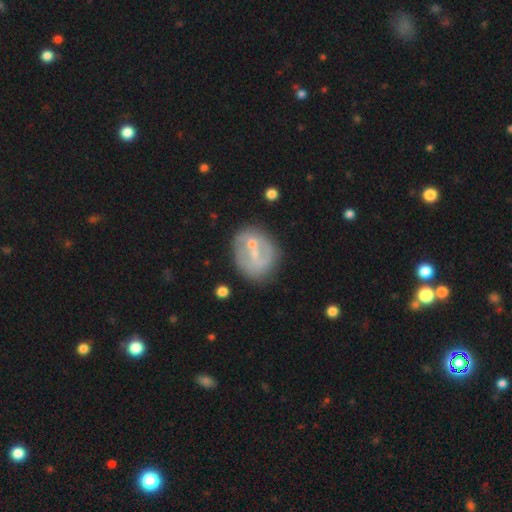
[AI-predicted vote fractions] Smooth or featured: featured or disk — 60% (smooth — 32%)
Edge-on disk: no — 96% (yes — 4%)
Bar: no — 45% (weak — 36%)
Spiral arms: no — 59% (yes — 41%)
Bulge size: small — 64% (moderate — 26%)
Merging: none — 57% (minor disturbance — 19%)